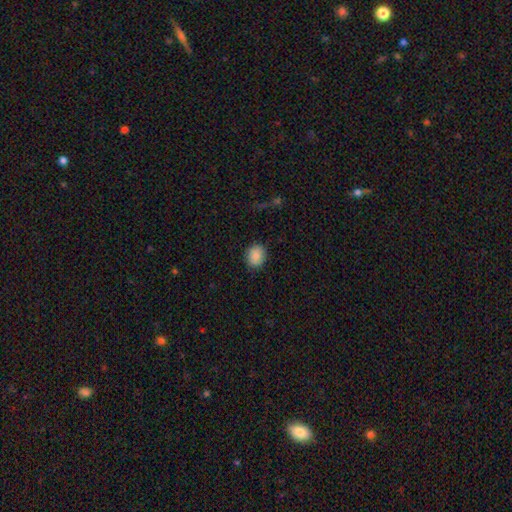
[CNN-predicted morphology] This appears to be a smooth galaxy with no disk features (88%) that is round (59%). Merging: none (87%).